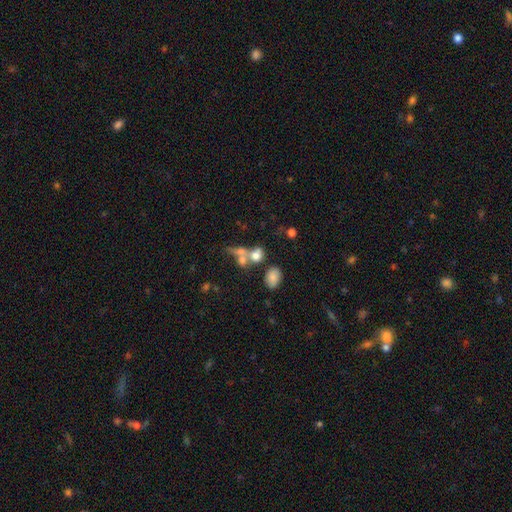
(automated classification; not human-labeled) A smooth galaxy with no disk features (65%) that is round (50%).

Vote fractions:
- Smooth or featured? smooth: 65% / featured or disk: 20% / star or artifact: 15%
- How rounded? round: 50% / in between: 45% / cigar-shaped: 5%
- Merging? merger: 51% / none: 30% / major disturbance: 10% / minor disturbance: 9%